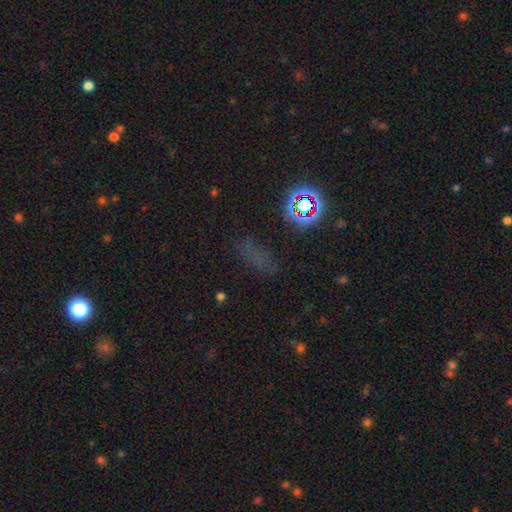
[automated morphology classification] This is possibly a star or artifact rather than a galaxy (49%).